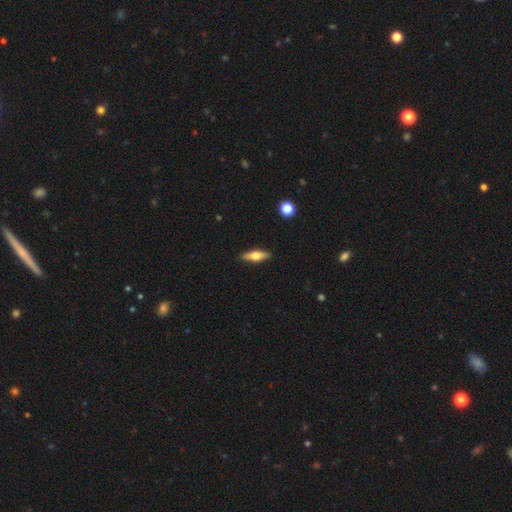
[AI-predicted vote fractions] featured or disk 48%, smooth 46%, star or artifact 6%. Down the decision tree: merging — none (90%).